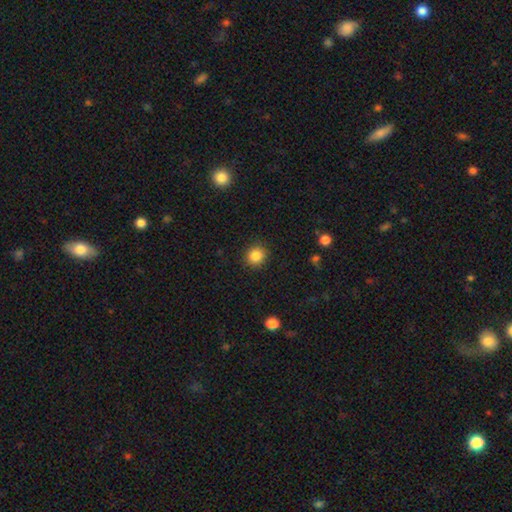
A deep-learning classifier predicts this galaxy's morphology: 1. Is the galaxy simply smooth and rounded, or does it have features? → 85% smooth, 10% star or artifact, 4% featured or disk.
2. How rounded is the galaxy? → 88% round, 11% in between, 1% cigar-shaped.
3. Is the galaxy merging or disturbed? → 90% none, 7% minor disturbance, 2% major disturbance, 1% merger.